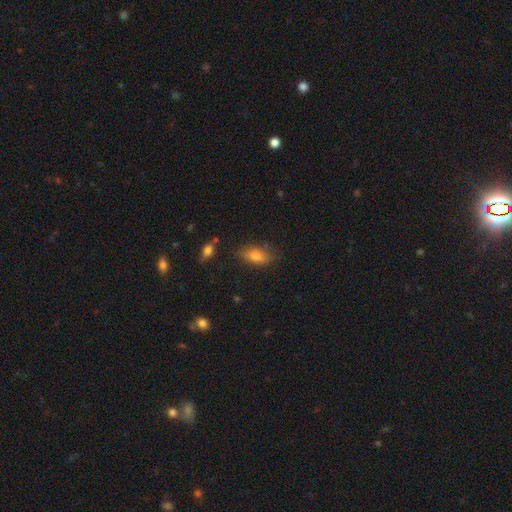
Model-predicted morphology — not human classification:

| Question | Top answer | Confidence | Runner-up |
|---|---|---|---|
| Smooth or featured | smooth | 78% | featured or disk (13%) |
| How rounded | in between | 83% | cigar-shaped (11%) |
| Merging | none | 75% | minor disturbance (18%) |